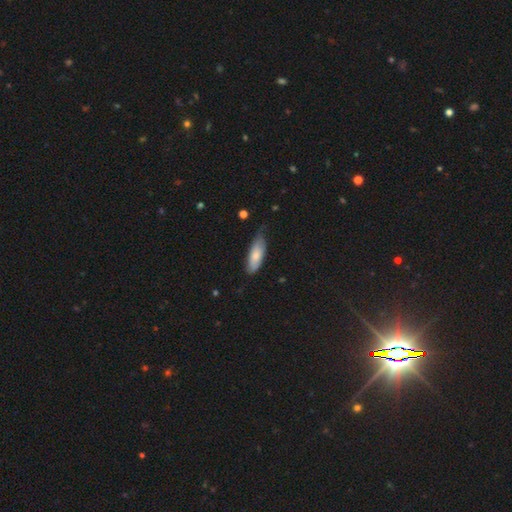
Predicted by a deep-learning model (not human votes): smooth 76%, featured or disk 19%, star or artifact 6%. Down the decision tree: how rounded — in between (66%); merging — none (57%).